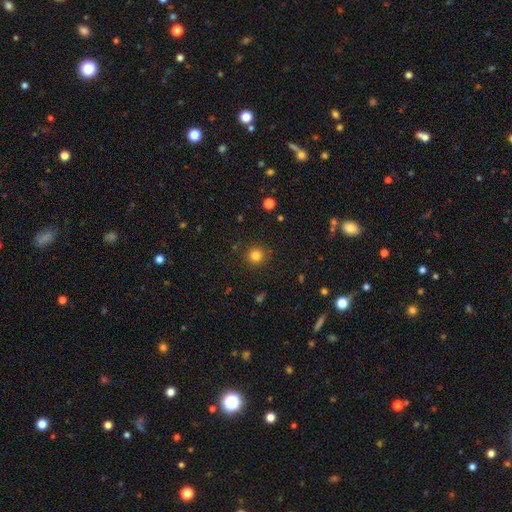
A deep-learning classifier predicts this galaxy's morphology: The model was most divided on "smooth or featured": smooth: 81%, star or artifact: 13%, featured or disk: 5%. More confident: how rounded — round (93%); merging — none (89%).